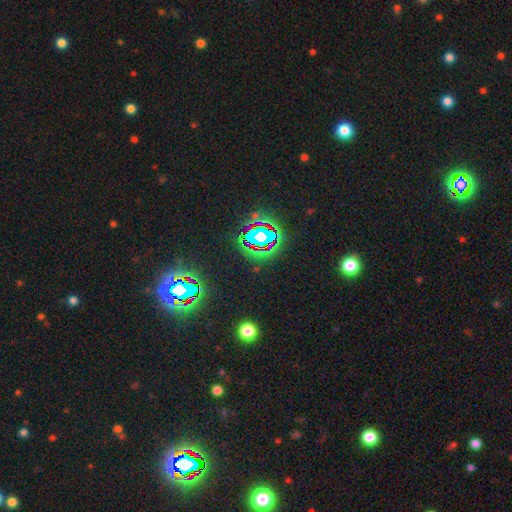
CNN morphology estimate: Smooth or featured? Predicted: star or artifact (p=0.84).